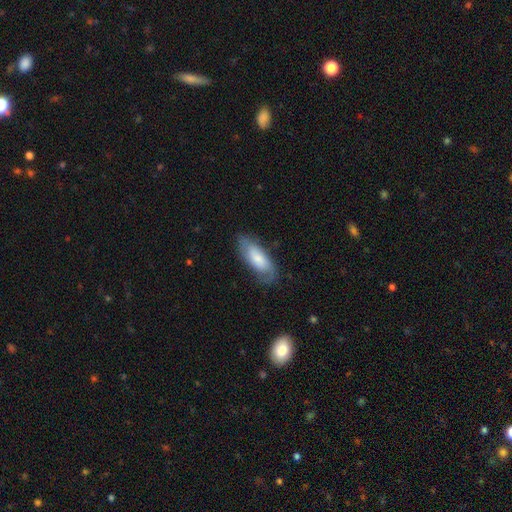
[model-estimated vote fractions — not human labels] smooth_or_featured: smooth (p=0.57) [alt: featured or disk p=0.36]
how_rounded: in between (p=0.71) [alt: cigar-shaped p=0.26]
merging: none (p=0.71) [alt: minor disturbance p=0.21]